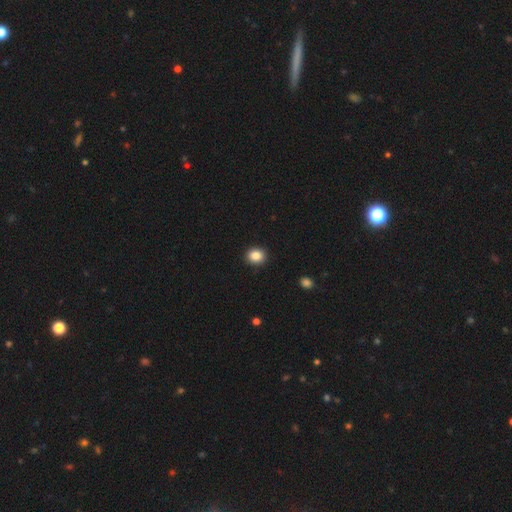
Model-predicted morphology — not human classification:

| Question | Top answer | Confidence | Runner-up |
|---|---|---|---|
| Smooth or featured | smooth | 86% | star or artifact (10%) |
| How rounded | round | 76% | in between (23%) |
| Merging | none | 92% | minor disturbance (5%) |